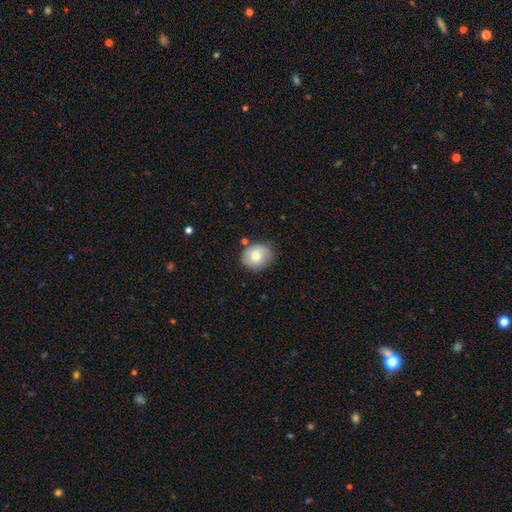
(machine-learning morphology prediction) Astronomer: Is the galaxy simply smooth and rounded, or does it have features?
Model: smooth — 75%.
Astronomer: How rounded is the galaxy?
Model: round — 69%.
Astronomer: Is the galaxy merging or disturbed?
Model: none — 73%.